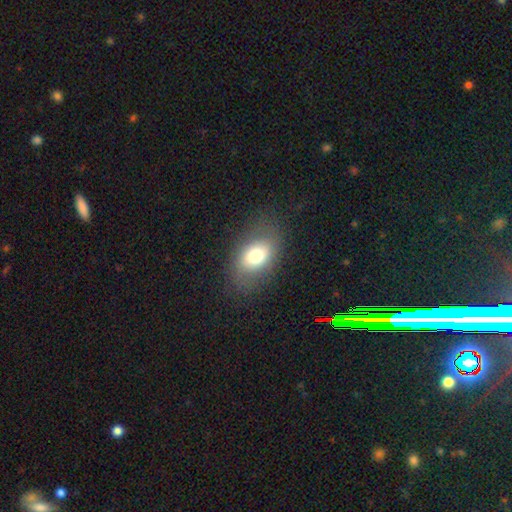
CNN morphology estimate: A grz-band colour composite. It shows a smooth galaxy with no disk features (72%) that is in between round and cigar-shaped (82%). Merging: none (77%).